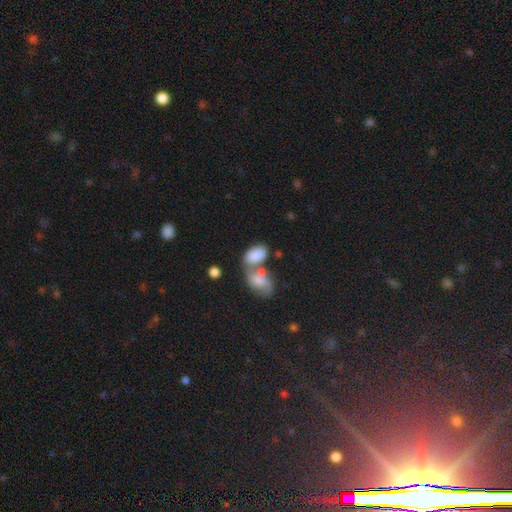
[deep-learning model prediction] smooth 78%, featured or disk 14%, star or artifact 7%. Down the decision tree: how rounded — in between (91%); merging — merger (58%).